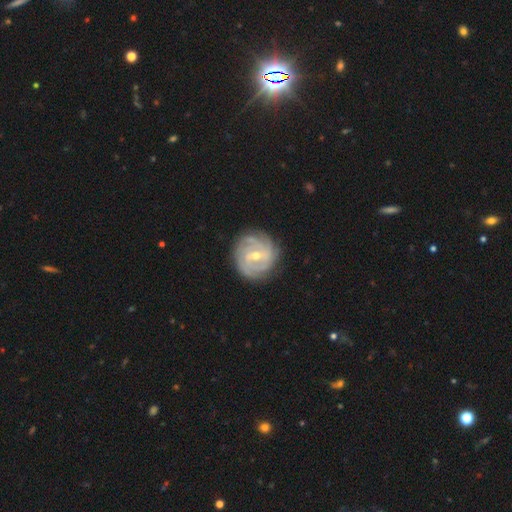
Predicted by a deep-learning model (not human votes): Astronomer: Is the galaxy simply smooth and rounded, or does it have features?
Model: featured or disk — 85%.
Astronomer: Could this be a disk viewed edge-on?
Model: no — 97%.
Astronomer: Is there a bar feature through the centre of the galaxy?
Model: weak — 50% (runner-up: no, 26%).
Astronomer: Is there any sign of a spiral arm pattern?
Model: yes — 97%.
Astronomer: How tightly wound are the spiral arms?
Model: tight — 72%.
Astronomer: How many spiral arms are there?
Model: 3 — 26% (runner-up: can't tell, 24%).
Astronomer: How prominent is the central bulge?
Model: moderate — 50% (runner-up: small, 46%).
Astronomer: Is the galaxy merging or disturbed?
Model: none — 83%.